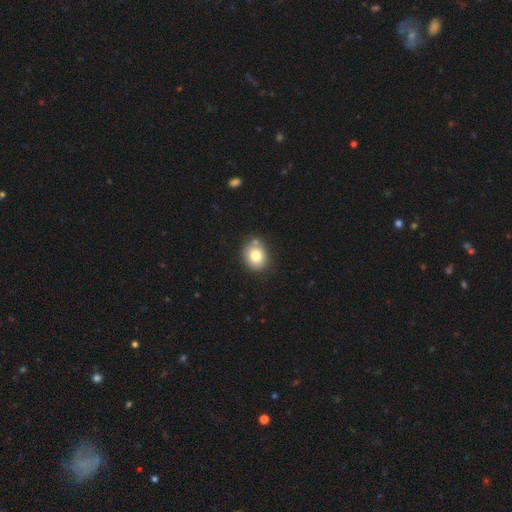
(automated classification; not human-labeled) The model was most divided on "how rounded": round: 58%, in between: 41%, cigar-shaped: 1%. More confident: smooth or featured — smooth (80%); merging — none (75%).